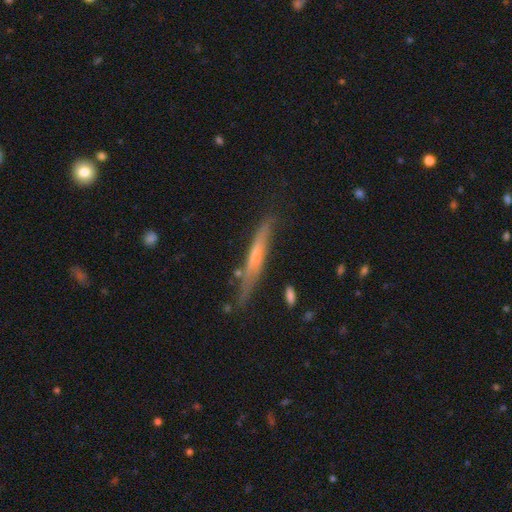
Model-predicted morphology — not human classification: Smooth or featured? Predicted: smooth (p=0.47). Merging? Predicted: none (p=0.67).